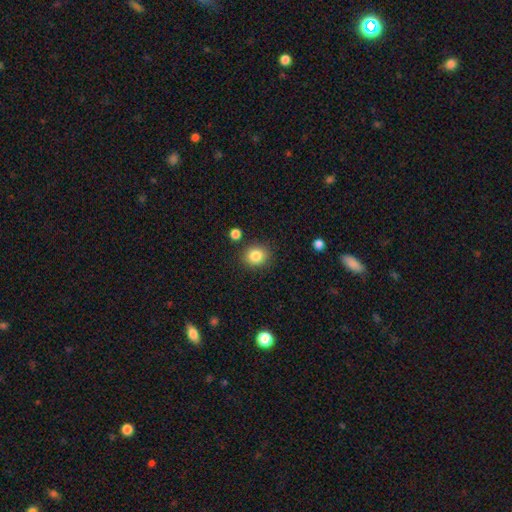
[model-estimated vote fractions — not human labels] Smooth or featured? smooth (84%)
How rounded? round (80%)
Merging? none (86%)